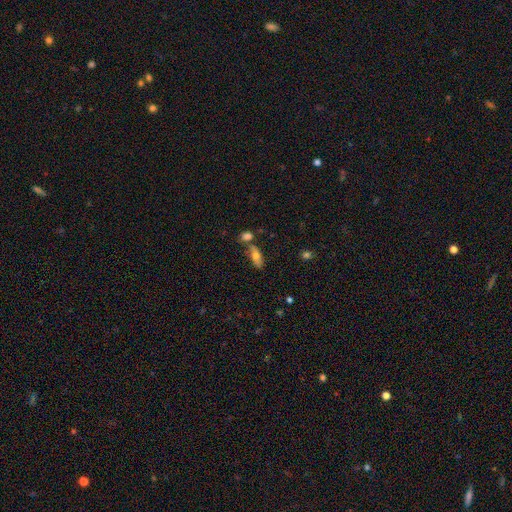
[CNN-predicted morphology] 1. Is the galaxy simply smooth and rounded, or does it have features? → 69% smooth, 23% featured or disk, 8% star or artifact.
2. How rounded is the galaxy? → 73% in between, 23% cigar-shaped, 3% round.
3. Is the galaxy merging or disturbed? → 58% none, 22% merger, 15% minor disturbance, 5% major disturbance.